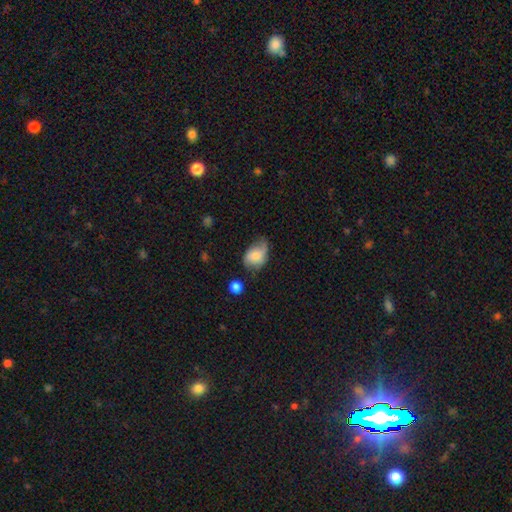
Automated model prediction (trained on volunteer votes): Smooth or featured: smooth — 62% (featured or disk — 30%)
How rounded: in between — 77% (round — 21%)
Merging: none — 42% (minor disturbance — 40%)